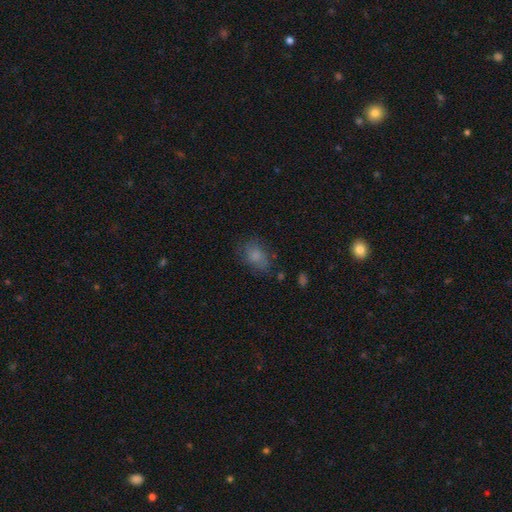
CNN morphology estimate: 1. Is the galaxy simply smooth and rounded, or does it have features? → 77% smooth, 13% featured or disk, 11% star or artifact.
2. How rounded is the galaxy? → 74% in between, 24% round, 1% cigar-shaped.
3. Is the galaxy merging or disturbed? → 67% none, 21% minor disturbance, 9% major disturbance, 3% merger.